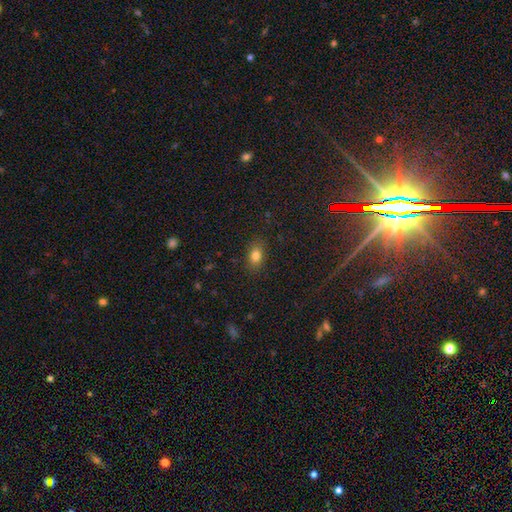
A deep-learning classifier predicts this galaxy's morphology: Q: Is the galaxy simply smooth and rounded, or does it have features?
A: smooth — 80%.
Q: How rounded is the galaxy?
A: in between — 80%.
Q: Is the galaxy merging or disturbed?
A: none — 86%.